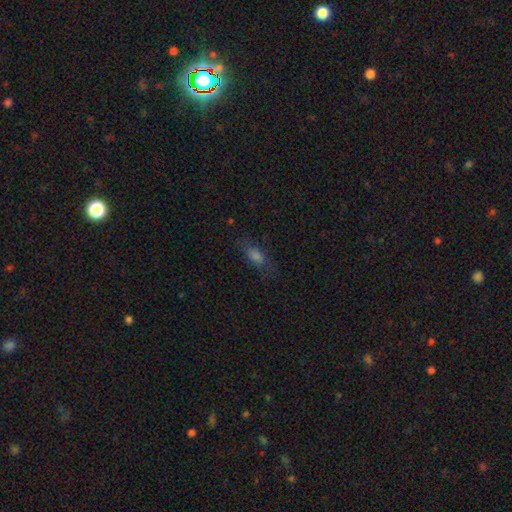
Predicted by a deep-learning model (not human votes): A smooth galaxy with no disk features (64%) that is in between round and cigar-shaped (71%). Merging: none (67%).